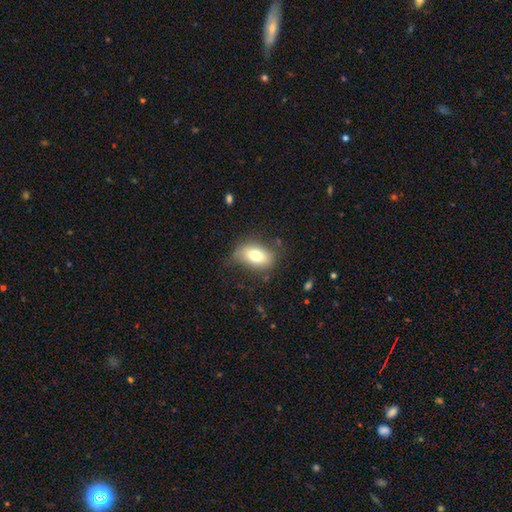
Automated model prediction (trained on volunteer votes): A smooth galaxy with no disk features (74%) that is in between round and cigar-shaped (86%). Merging: none (71%).